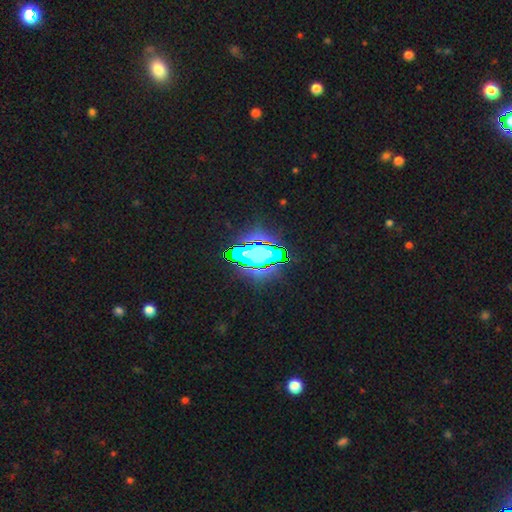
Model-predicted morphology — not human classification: A star or artifact, not a galaxy (77%).

Vote fractions:
- Smooth or featured? star or artifact: 77% / smooth: 12% / featured or disk: 10%